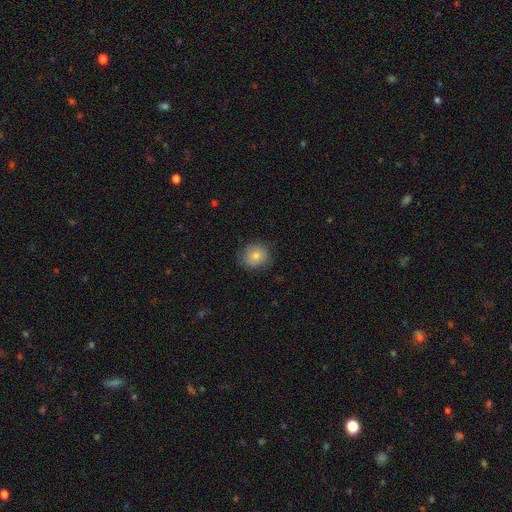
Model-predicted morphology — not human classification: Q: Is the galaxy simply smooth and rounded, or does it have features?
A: smooth — 78%.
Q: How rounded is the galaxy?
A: round — 80%.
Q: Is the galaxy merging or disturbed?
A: none — 82%.